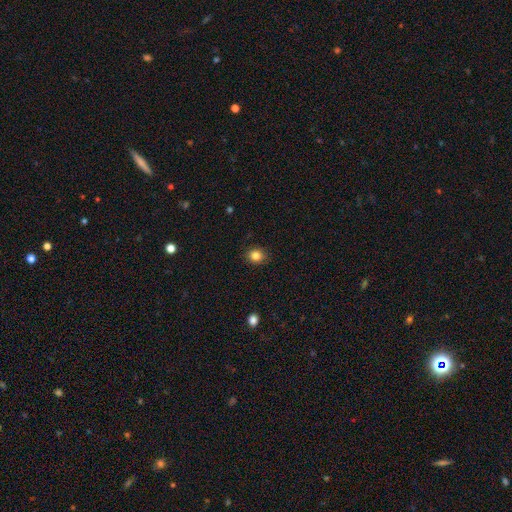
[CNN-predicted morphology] type=smooth (84%); roundness=round (77%); merging=none (89%).